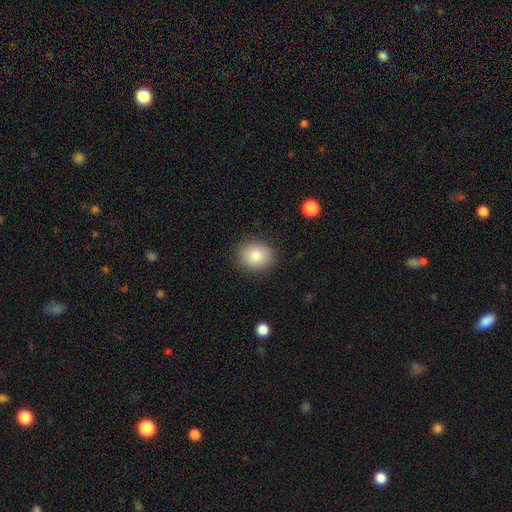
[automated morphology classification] This appears to be a smooth galaxy with no disk features (82%) that is round (68%). Merging: none (87%).